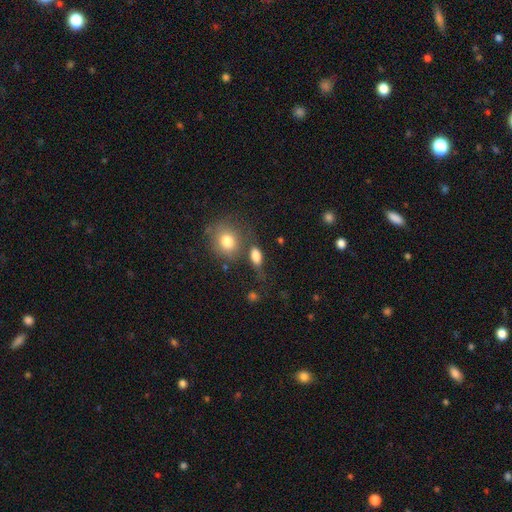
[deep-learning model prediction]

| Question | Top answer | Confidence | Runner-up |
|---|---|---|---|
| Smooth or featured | smooth | 82% | star or artifact (10%) |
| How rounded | in between | 80% | round (15%) |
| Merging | none | 56% | minor disturbance (19%) |